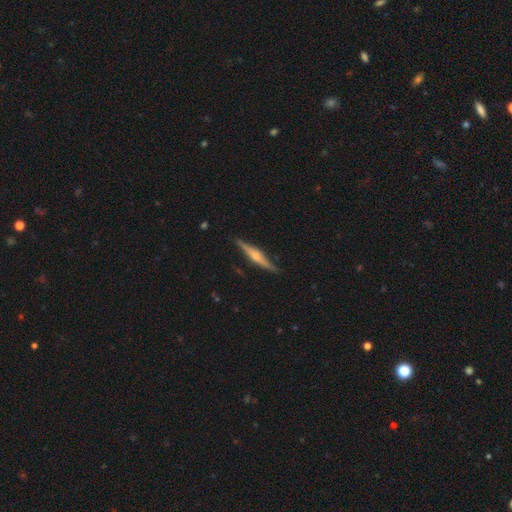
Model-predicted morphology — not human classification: Smooth or featured: featured or disk — 75% (smooth — 19%)
Edge-on disk: yes — 98% (no — 2%)
Edge-on bulge: rounded — 85% (boxy — 10%)
Merging: none — 89% (minor disturbance — 8%)